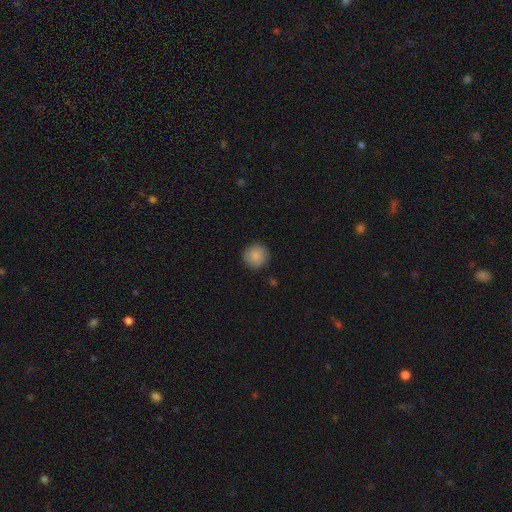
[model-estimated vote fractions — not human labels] Smooth or featured?
  - smooth: 86% *
  - star or artifact: 8%
  - featured or disk: 5%
How rounded?
  - round: 94% *
  - in between: 5%
  - cigar-shaped: 1%
Merging?
  - none: 90% *
  - minor disturbance: 7%
  - major disturbance: 2%
  - merger: 1%